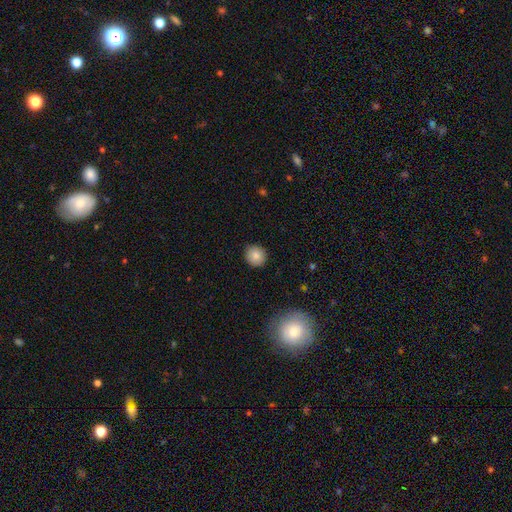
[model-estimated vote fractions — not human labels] Overall: smooth (83%). How rounded: round (92%). Merging: none (91%).